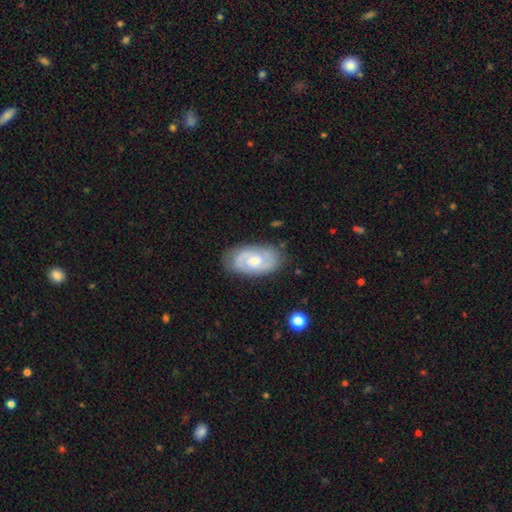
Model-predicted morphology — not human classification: featured or disk 77%, smooth 18%, star or artifact 5%. Down the decision tree: edge-on disk — no (96%); bar — no (57%); spiral arms — yes (94%); spiral arm count — 2 (79%); spiral winding — tight (47%); bulge size — moderate (52%); merging — none (80%).